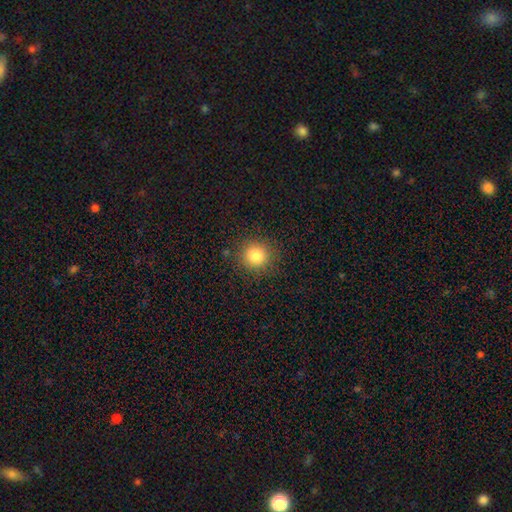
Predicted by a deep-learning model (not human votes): smooth-or-featured: smooth: 84% | star or artifact: 12% | featured or disk: 5%
  how-rounded: round: 90% | in between: 9% | cigar-shaped: 1%
  merging: none: 88% | minor disturbance: 8% | major disturbance: 3% | merger: 1%